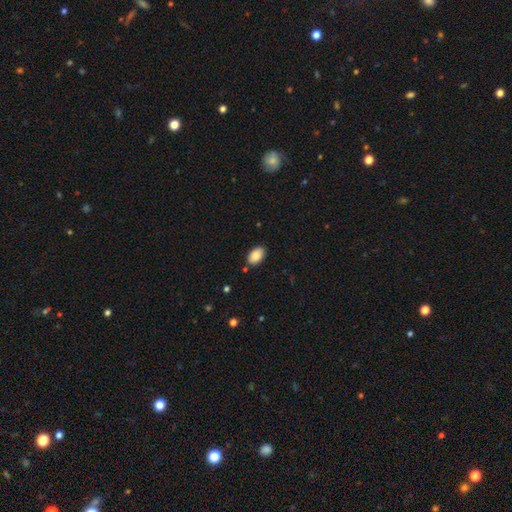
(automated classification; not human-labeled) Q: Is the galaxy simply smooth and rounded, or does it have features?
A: smooth — 87%.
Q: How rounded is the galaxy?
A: in between — 94%.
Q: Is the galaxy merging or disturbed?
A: none — 84%.